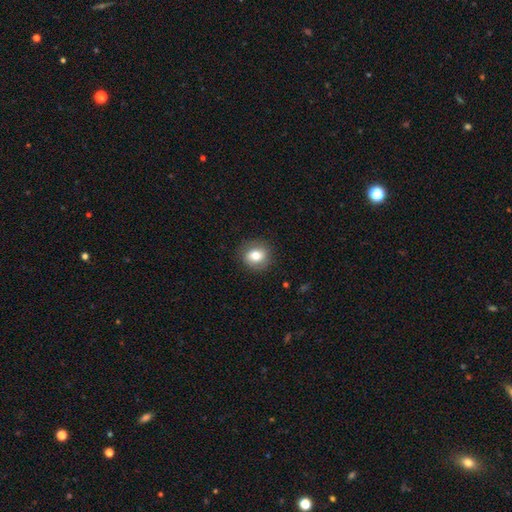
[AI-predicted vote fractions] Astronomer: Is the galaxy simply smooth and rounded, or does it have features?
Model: smooth — 76%.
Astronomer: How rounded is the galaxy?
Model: round — 72%.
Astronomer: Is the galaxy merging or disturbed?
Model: none — 86%.